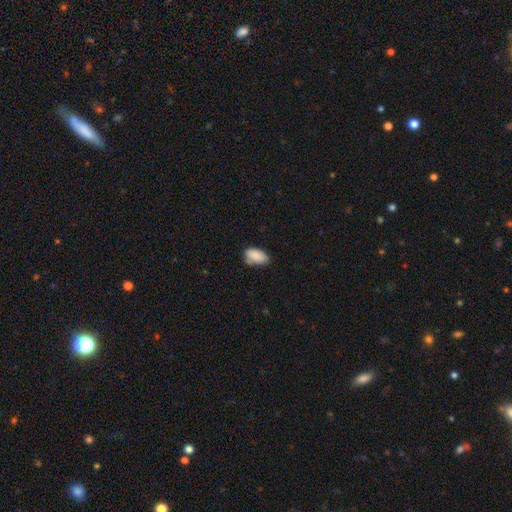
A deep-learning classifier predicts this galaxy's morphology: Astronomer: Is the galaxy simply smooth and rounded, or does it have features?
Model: smooth — 87%.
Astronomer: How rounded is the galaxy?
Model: in between — 93%.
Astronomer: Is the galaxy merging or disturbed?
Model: none — 65%.